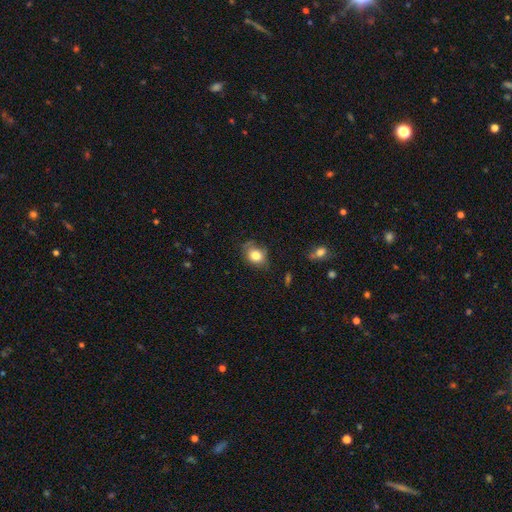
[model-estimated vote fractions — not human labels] smooth_or_featured: smooth (p=0.79) [alt: featured or disk p=0.11]
how_rounded: in between (p=0.65) [alt: round p=0.34]
merging: none (p=0.66) [alt: minor disturbance p=0.26]